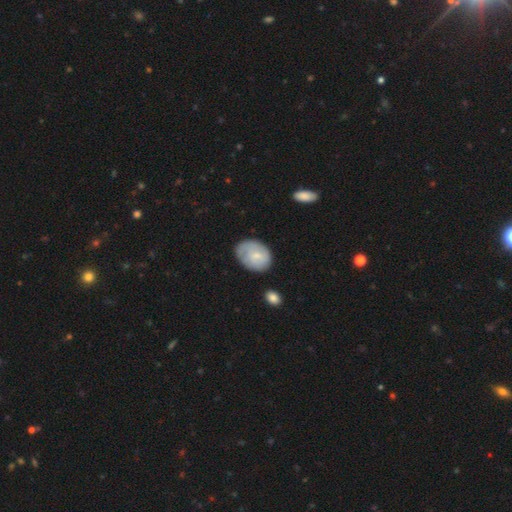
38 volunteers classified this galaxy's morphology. A smooth galaxy with no disk features (66%) that is in between round and cigar-shaped (84%).

Vote fractions:
- Smooth or featured? smooth: 66% / featured or disk: 26% / star or artifact: 8%
- How rounded? in between: 84% / round: 16% / cigar-shaped: 0%
- Merging? none: 54% / minor disturbance: 23% / major disturbance: 20% / merger: 3%